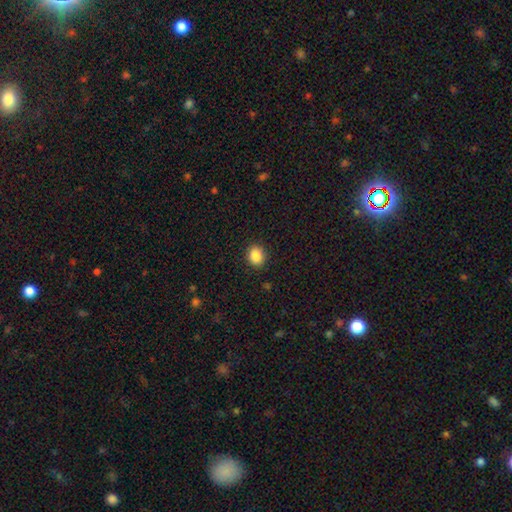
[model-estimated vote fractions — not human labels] Smooth or featured: smooth — 88% (star or artifact — 9%)
How rounded: round — 60% (in between — 39%)
Merging: none — 90% (minor disturbance — 7%)